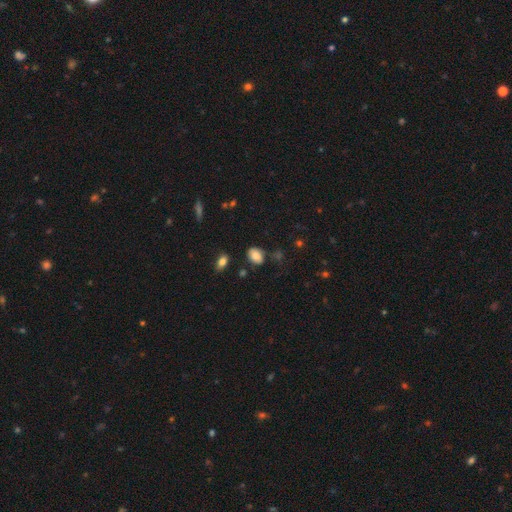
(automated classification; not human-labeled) Smooth or featured?
  - smooth: 84% *
  - star or artifact: 9%
  - featured or disk: 7%
How rounded?
  - in between: 77% *
  - round: 21%
  - cigar-shaped: 1%
Merging?
  - none: 75% *
  - minor disturbance: 16%
  - major disturbance: 4%
  - merger: 4%